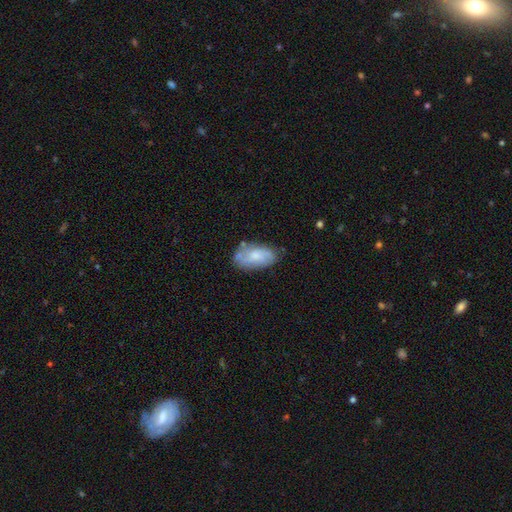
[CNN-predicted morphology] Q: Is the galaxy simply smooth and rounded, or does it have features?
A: smooth — 56%.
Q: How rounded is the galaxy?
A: in between — 93%.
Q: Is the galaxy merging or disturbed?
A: none — 62%.